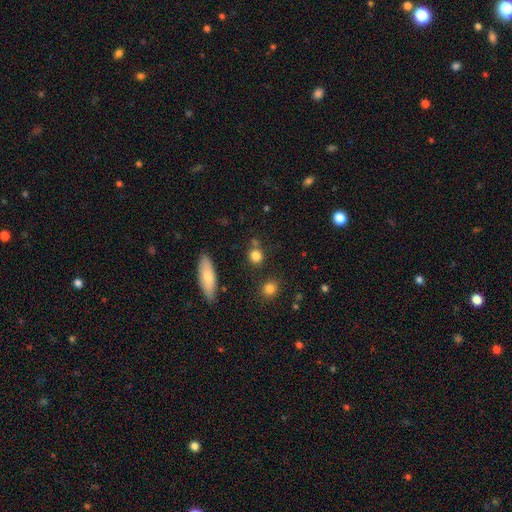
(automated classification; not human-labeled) The model was most divided on "how rounded": round: 79%, in between: 18%, cigar-shaped: 3%. More confident: smooth or featured — smooth (82%); merging — none (74%).